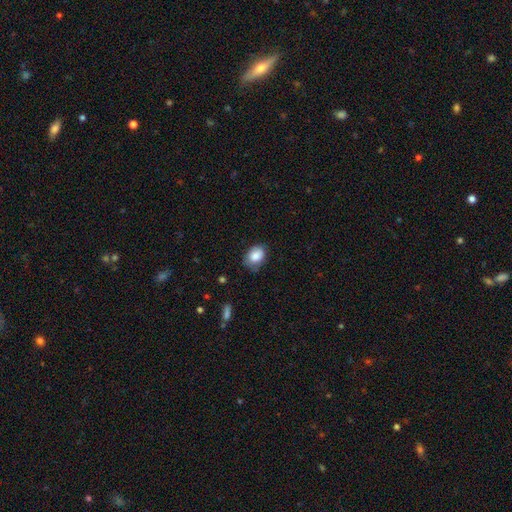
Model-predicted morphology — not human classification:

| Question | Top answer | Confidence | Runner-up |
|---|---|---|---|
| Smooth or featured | smooth | 85% | star or artifact (8%) |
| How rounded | in between | 70% | round (29%) |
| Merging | none | 70% | minor disturbance (24%) |